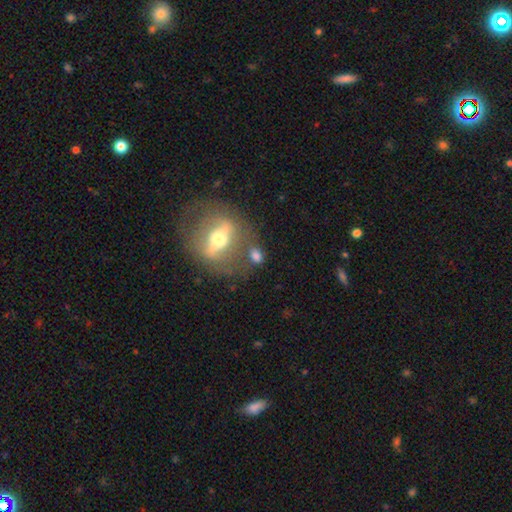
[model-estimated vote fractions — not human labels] Morphology: type=smooth (54%); roundness=in between (58%); merging=none (58%).